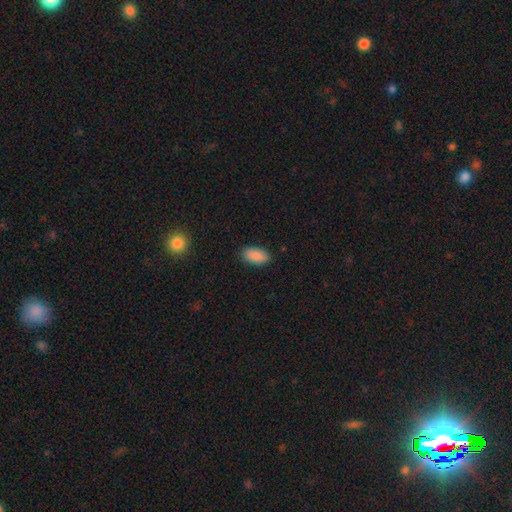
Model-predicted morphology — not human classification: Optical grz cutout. It shows a smooth galaxy with no disk features (90%) that is in between round and cigar-shaped (94%). Merging: none (88%).